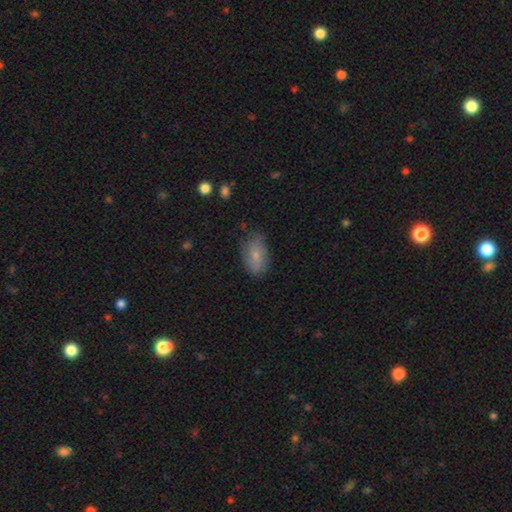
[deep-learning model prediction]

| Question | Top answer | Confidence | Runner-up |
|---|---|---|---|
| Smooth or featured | smooth | 75% | featured or disk (18%) |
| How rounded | in between | 91% | round (6%) |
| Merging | none | 71% | minor disturbance (23%) |